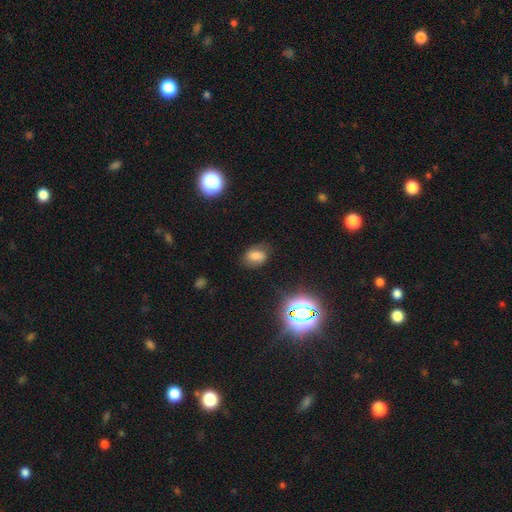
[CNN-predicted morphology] Smooth or featured? Predicted: smooth (p=0.71). How rounded? Predicted: in between (p=0.75). Merging? Predicted: none (p=0.70).